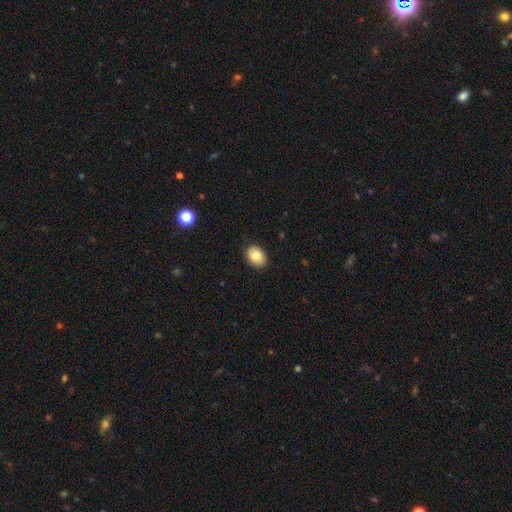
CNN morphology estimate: type=smooth (84%); roundness=in between (76%); merging=none (88%).